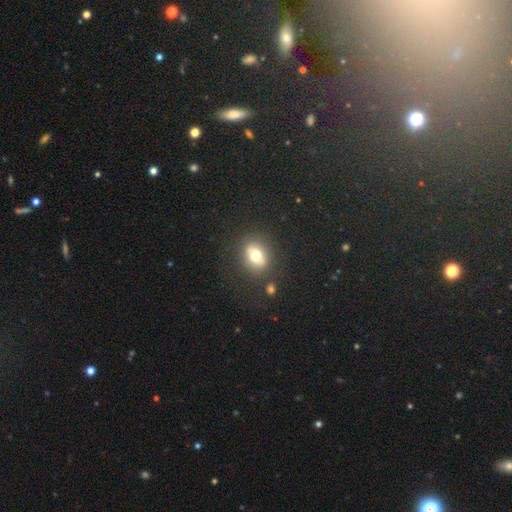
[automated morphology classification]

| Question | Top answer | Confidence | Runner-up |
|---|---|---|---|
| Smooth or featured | smooth | 69% | featured or disk (19%) |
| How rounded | in between | 49% | round (48%) |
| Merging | none | 81% | minor disturbance (11%) |